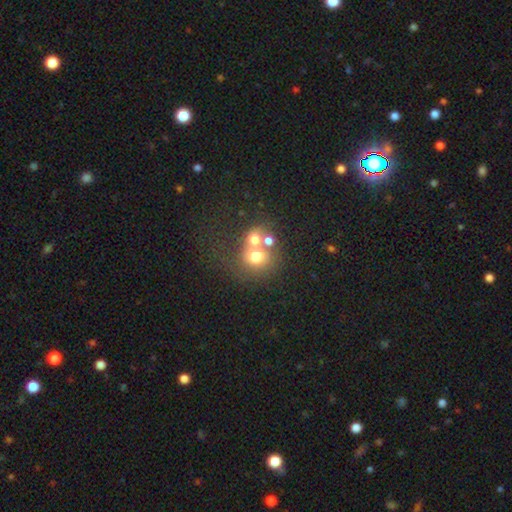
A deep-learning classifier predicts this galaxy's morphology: smooth_or_featured: smooth (p=0.65) [alt: featured or disk p=0.20]
how_rounded: round (p=0.79) [alt: in between p=0.20]
merging: merger (p=0.53) [alt: none p=0.33]